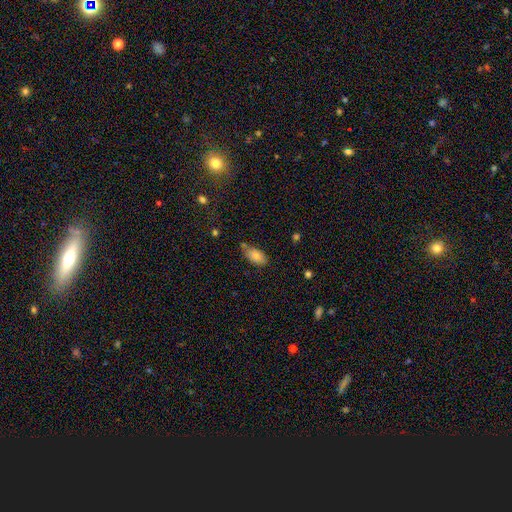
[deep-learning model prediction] Overall: smooth (80%). How rounded: in between (93%). Merging: none (65%).